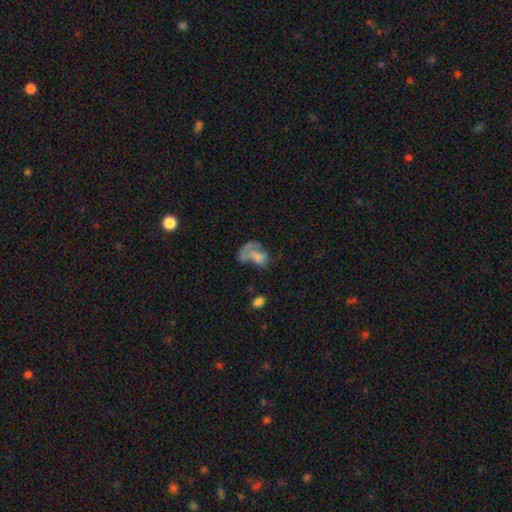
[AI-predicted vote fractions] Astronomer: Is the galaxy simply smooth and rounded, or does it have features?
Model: smooth — 50% (runner-up: featured or disk, 39%).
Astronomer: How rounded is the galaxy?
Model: in between — 79%.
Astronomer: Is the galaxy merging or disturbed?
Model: major disturbance — 48%.